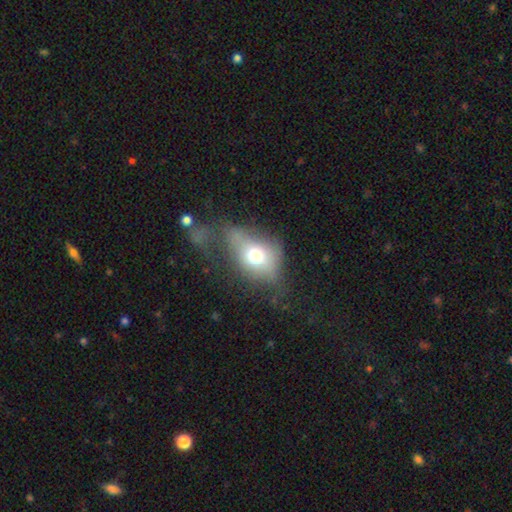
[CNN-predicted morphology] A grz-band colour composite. It shows a smooth galaxy with no disk features (62%) that is in between round and cigar-shaped (63%). Merging: major disturbance (40%).